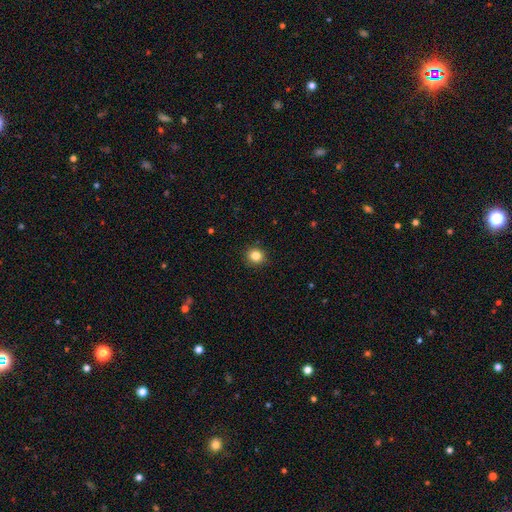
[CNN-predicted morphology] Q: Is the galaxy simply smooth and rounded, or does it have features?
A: smooth — 83%.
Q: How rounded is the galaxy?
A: round — 89%.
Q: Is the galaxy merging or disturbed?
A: none — 91%.